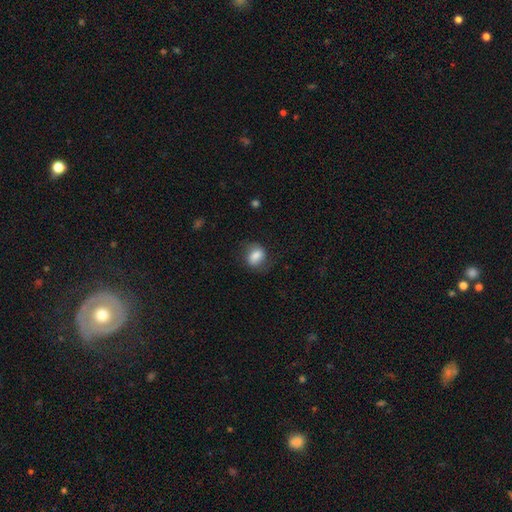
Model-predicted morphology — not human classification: This is likely a smooth galaxy (75%). How rounded: likely in between (61%). Merging: likely none (67%).